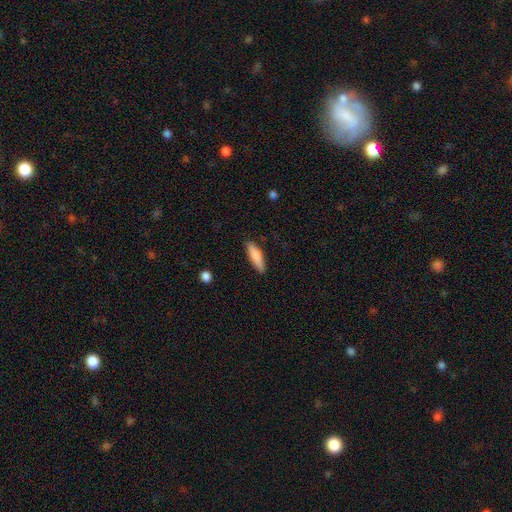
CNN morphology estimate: type=smooth (82%); roundness=cigar-shaped (63%); merging=none (86%).